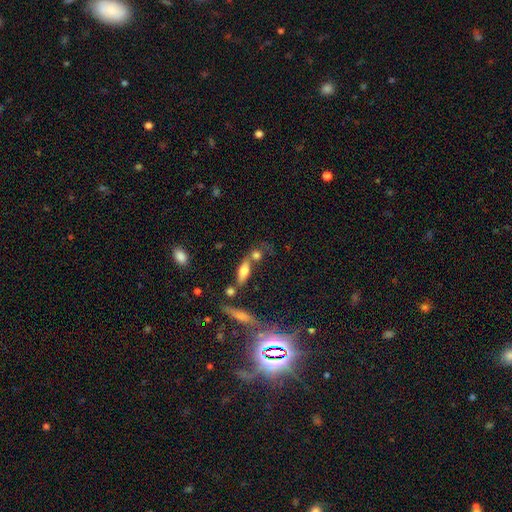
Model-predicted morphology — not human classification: Smooth or featured? smooth (49%)
Merging? none (54%)